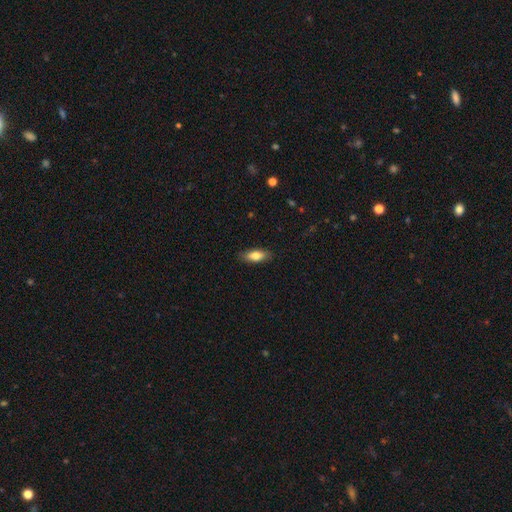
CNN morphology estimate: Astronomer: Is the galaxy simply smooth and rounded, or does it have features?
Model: smooth — 79%.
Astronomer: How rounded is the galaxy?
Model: in between — 76%.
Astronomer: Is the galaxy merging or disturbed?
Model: none — 86%.